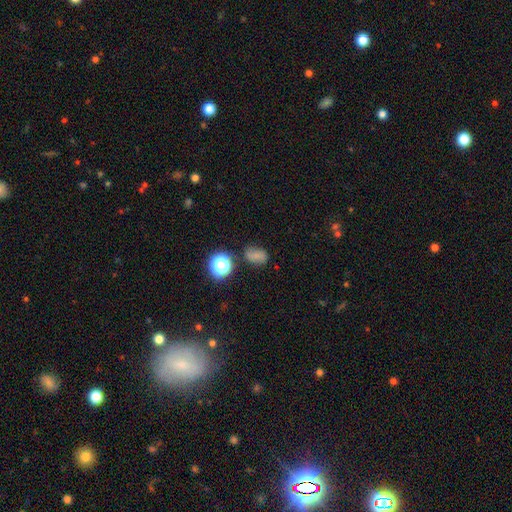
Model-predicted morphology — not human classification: The model was most divided on "merging": none: 62%, minor disturbance: 23%, major disturbance: 8%, merger: 7%. More confident: how rounded — in between (69%); smooth or featured — smooth (66%).